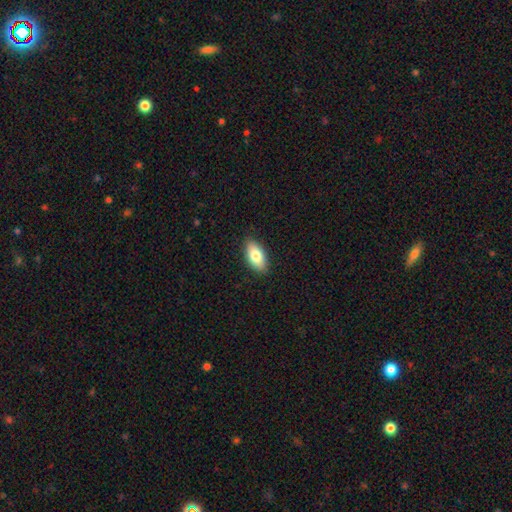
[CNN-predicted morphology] A smooth galaxy with no disk features (78%) that is in between round and cigar-shaped (90%). Merging: none (89%).